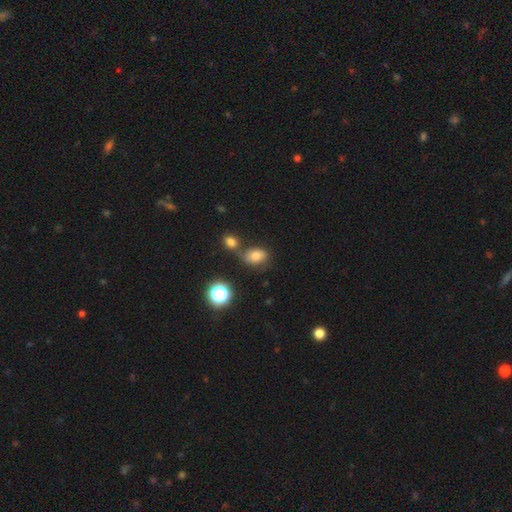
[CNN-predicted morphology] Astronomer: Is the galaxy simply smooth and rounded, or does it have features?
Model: smooth — 74%.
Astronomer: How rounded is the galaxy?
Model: in between — 73%.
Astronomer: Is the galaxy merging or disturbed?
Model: none — 53%.